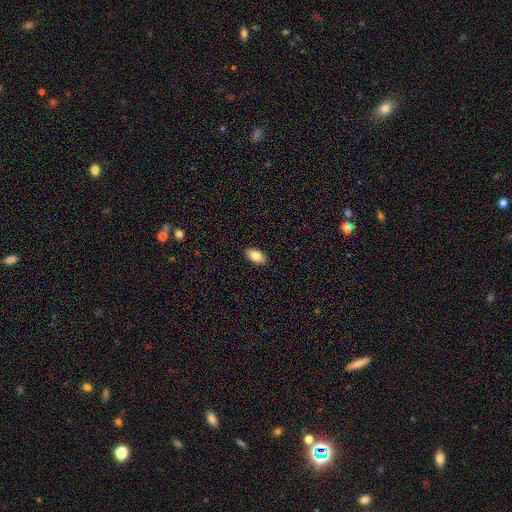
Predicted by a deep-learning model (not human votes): Smooth or featured?
  - smooth: 85% *
  - featured or disk: 8%
  - star or artifact: 7%
How rounded?
  - in between: 93% *
  - round: 6%
  - cigar-shaped: 1%
Merging?
  - none: 89% *
  - minor disturbance: 8%
  - major disturbance: 2%
  - merger: 1%